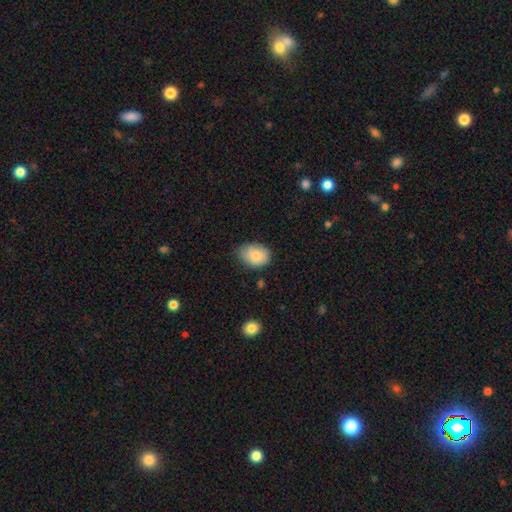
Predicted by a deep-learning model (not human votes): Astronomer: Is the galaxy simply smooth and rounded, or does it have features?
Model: smooth — 84%.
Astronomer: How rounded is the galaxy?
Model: in between — 75%.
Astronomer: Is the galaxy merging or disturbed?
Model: none — 65%.